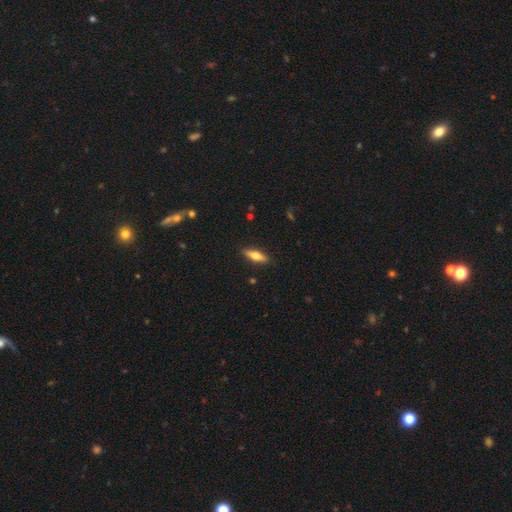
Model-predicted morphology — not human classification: smooth-or-featured: smooth: 54% | featured or disk: 40% | star or artifact: 6%
  how-rounded: cigar-shaped: 53% | in between: 45% | round: 3%
  merging: none: 89% | minor disturbance: 8% | major disturbance: 2% | merger: 1%